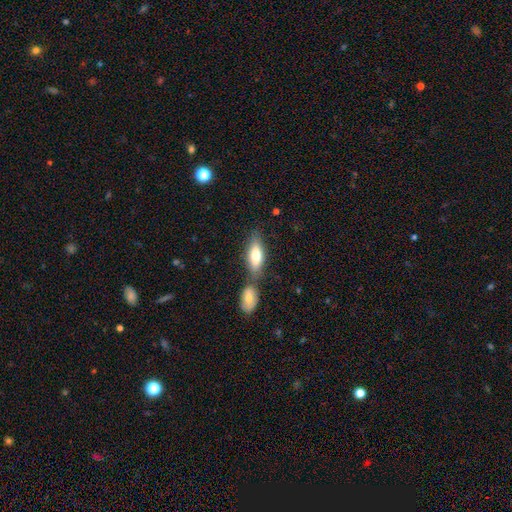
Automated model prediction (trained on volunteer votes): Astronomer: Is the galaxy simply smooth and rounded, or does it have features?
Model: smooth — 75%.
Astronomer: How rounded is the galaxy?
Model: in between — 70%.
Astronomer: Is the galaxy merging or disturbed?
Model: none — 55%.